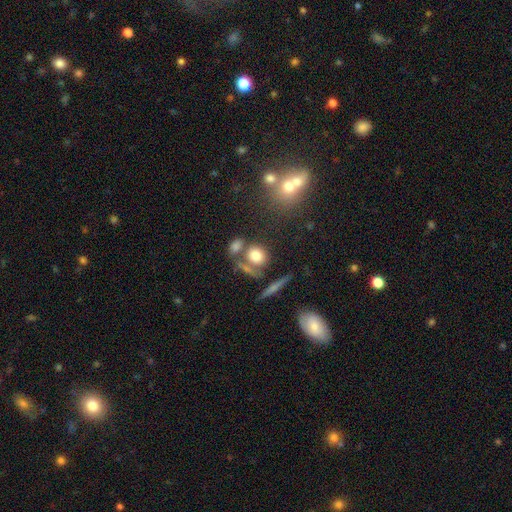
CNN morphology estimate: Q: Smooth or featured?
A: smooth (74%); runner-up: featured or disk (14%)
Q: How rounded?
A: round (63%); runner-up: in between (32%)
Q: Merging?
A: none (54%); runner-up: merger (25%)